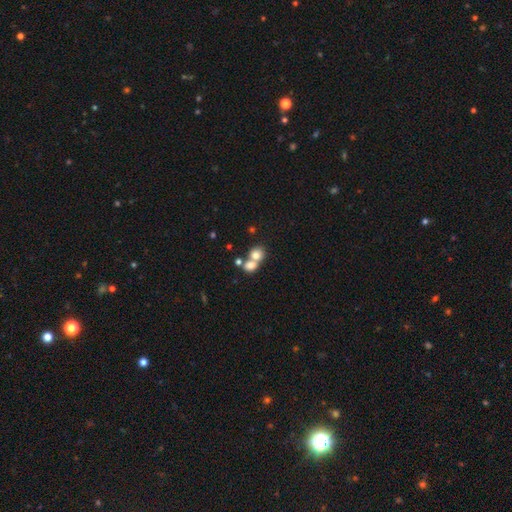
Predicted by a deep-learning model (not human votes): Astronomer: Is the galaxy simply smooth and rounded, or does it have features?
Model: smooth — 75%.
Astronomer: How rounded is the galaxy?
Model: round — 70%.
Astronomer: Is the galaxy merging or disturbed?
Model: merger — 58%.